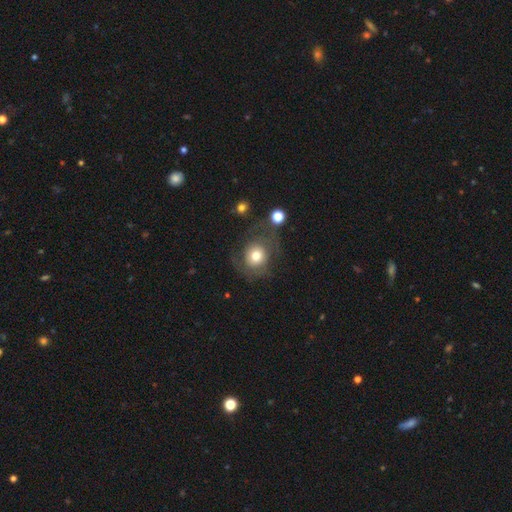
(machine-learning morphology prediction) Smooth or featured?
  - smooth: 62% *
  - featured or disk: 29%
  - star or artifact: 10%
How rounded?
  - round: 80% *
  - in between: 19%
  - cigar-shaped: 1%
Merging?
  - none: 53% *
  - major disturbance: 22%
  - minor disturbance: 19%
  - merger: 5%